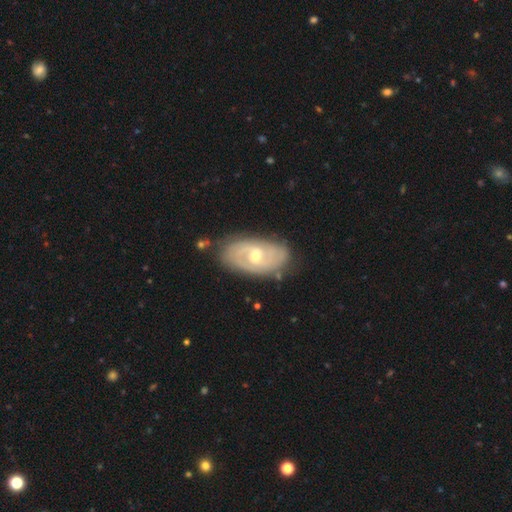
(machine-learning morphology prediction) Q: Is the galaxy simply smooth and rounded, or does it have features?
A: featured or disk — 81%.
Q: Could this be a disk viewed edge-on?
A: no — 95%.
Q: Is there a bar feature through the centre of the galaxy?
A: weak — 46%.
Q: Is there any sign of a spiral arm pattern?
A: yes — 90%.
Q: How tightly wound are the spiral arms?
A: tight — 57%.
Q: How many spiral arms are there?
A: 2 — 57%.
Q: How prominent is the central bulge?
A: moderate — 62%.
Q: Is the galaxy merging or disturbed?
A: none — 77%.